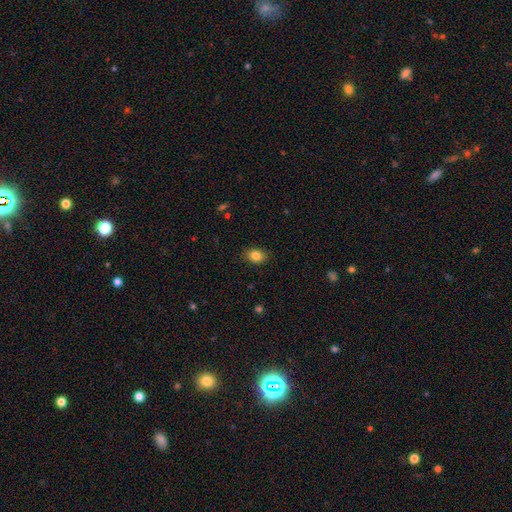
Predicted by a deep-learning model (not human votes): smooth 84%, star or artifact 9%, featured or disk 6%. Down the decision tree: how rounded — in between (70%); merging — none (87%).